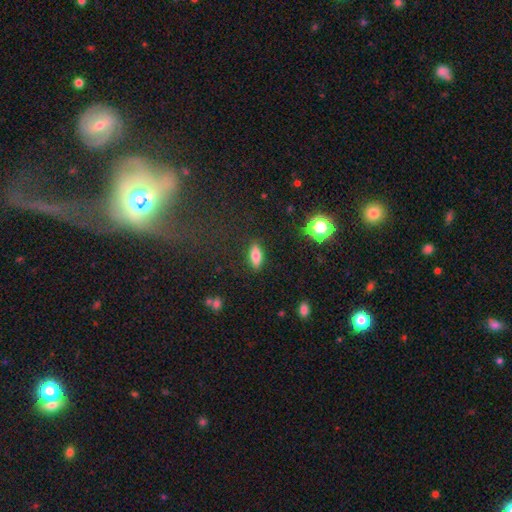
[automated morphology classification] smooth_or_featured: smooth (p=0.75) [alt: featured or disk p=0.15]
how_rounded: in between (p=0.74) [alt: cigar-shaped p=0.23]
merging: none (p=0.86) [alt: minor disturbance p=0.10]